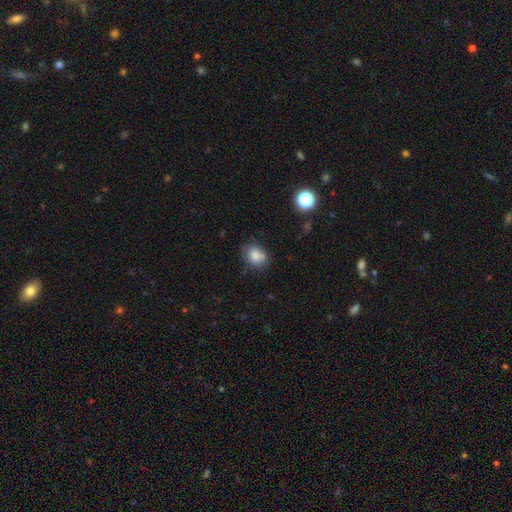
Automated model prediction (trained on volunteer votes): The model was most divided on "how rounded": in between: 52%, round: 47%, cigar-shaped: 1%. More confident: smooth or featured — smooth (81%); merging — none (67%).